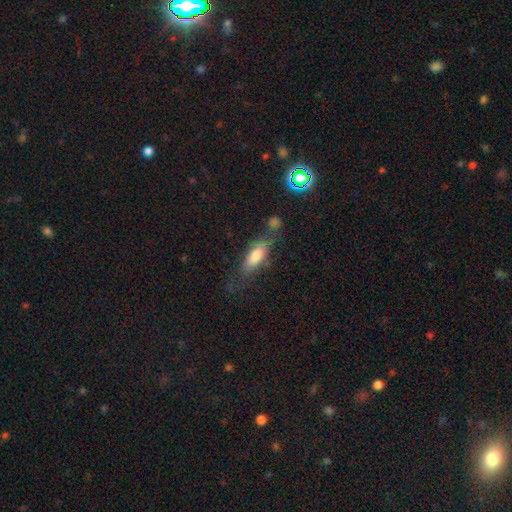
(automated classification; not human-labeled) Q: Smooth or featured?
A: smooth (74%); runner-up: featured or disk (19%)
Q: How rounded?
A: in between (66%); runner-up: cigar-shaped (32%)
Q: Merging?
A: none (57%); runner-up: minor disturbance (22%)